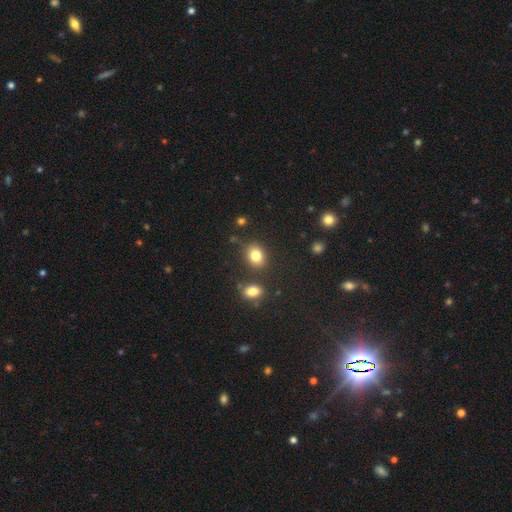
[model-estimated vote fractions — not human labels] Morphology: type=smooth (82%); roundness=in between (50%); merging=none (78%).